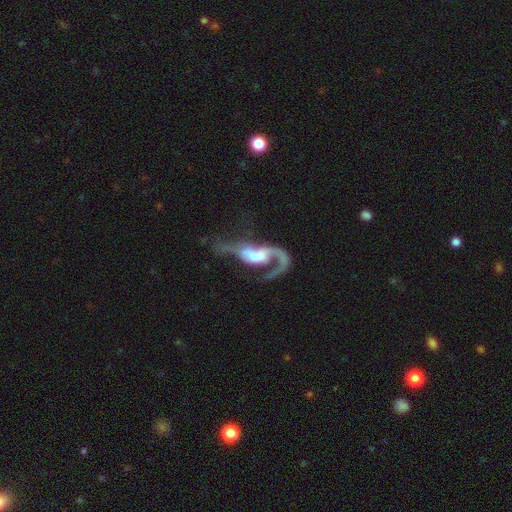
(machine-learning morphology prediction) Overall: featured or disk (79%). Edge-on disk: no (93%). Bar: no (53%; weak 31%). Spiral arms: yes (84%). Spiral arm count: 1 (70%). Spiral winding: loose (58%; medium 30%). Bulge size: moderate (38%; large 24%). Merging: major disturbance (48%; none 23%).